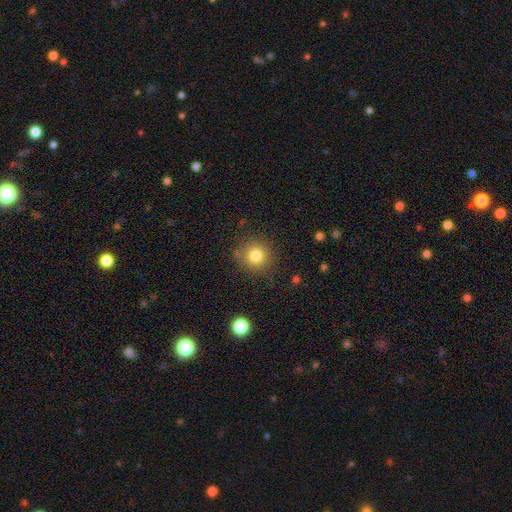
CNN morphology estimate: A smooth galaxy with no disk features (79%) that is round (90%).

Vote fractions:
- Smooth or featured? smooth: 79% / star or artifact: 12% / featured or disk: 9%
- How rounded? round: 90% / in between: 9% / cigar-shaped: 1%
- Merging? none: 81% / minor disturbance: 13% / major disturbance: 4% / merger: 2%